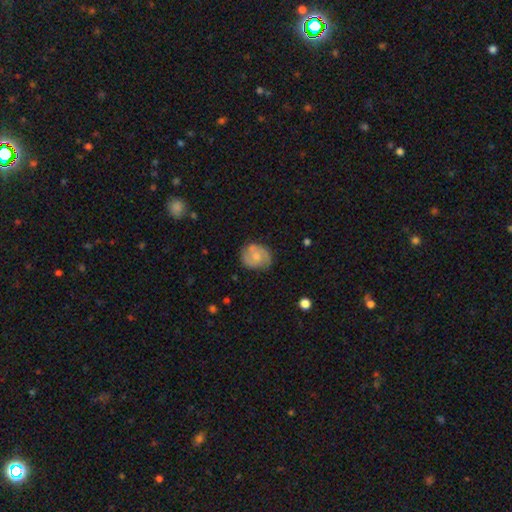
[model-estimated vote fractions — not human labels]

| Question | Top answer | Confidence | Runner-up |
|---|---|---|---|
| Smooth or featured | featured or disk | 58% | smooth (35%) |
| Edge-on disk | no | 97% | yes (3%) |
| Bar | no | 61% | weak (34%) |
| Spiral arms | yes | 86% | no (14%) |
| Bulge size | small | 44% | moderate (39%) |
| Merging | none | 69% | minor disturbance (22%) |